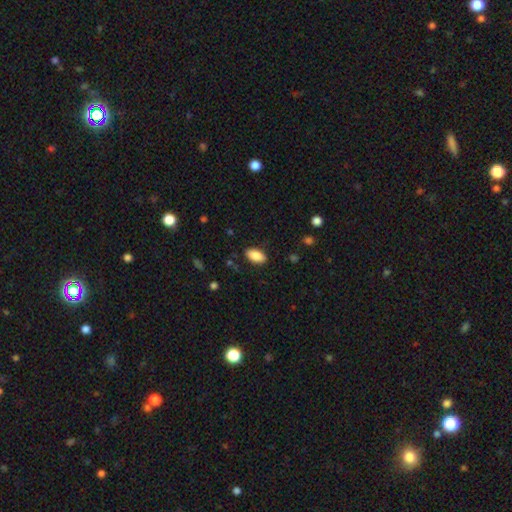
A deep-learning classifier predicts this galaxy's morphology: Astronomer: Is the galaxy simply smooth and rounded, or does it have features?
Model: smooth — 88%.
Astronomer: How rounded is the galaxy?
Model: in between — 93%.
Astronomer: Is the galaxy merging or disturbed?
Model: none — 86%.